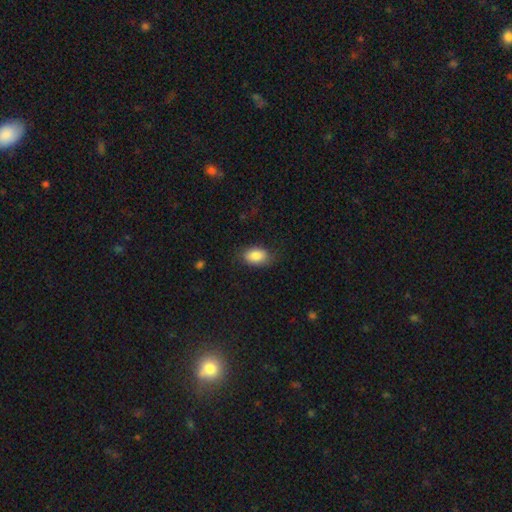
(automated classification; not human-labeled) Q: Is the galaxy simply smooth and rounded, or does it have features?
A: smooth — 84%.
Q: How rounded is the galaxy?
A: in between — 87%.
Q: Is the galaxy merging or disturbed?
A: none — 75%.